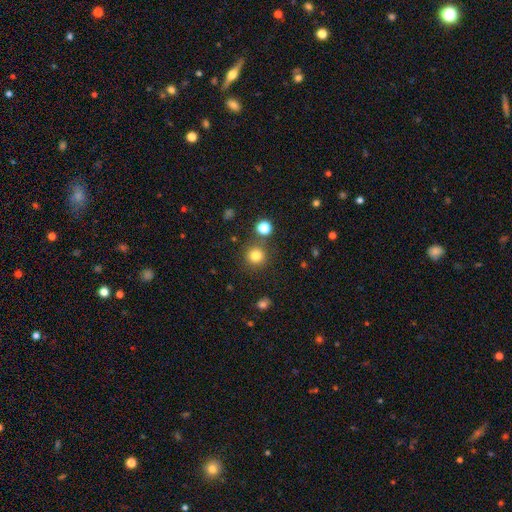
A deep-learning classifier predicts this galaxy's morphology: Q: Smooth or featured?
A: smooth (80%); runner-up: star or artifact (14%)
Q: How rounded?
A: round (94%); runner-up: in between (5%)
Q: Merging?
A: none (83%); runner-up: minor disturbance (7%)